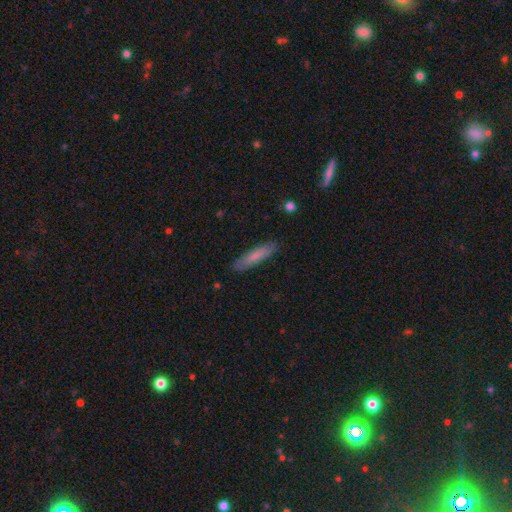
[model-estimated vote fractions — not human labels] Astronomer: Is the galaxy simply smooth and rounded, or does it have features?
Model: smooth — 74%.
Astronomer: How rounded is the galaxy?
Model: cigar-shaped — 83%.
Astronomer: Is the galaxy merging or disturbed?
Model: none — 87%.